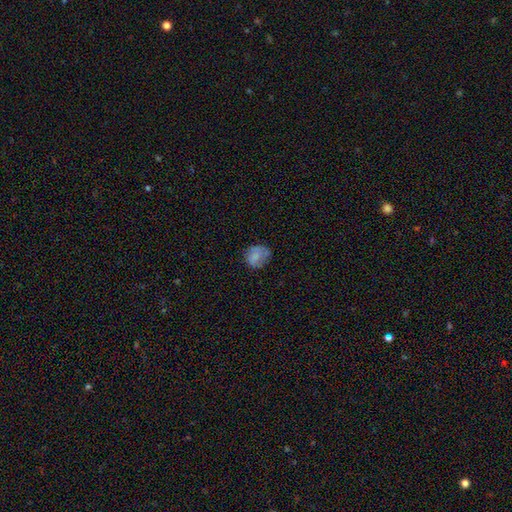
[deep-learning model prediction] This appears to be a smooth galaxy with no disk features (76%) that is round (66%). Merging: none (63%).